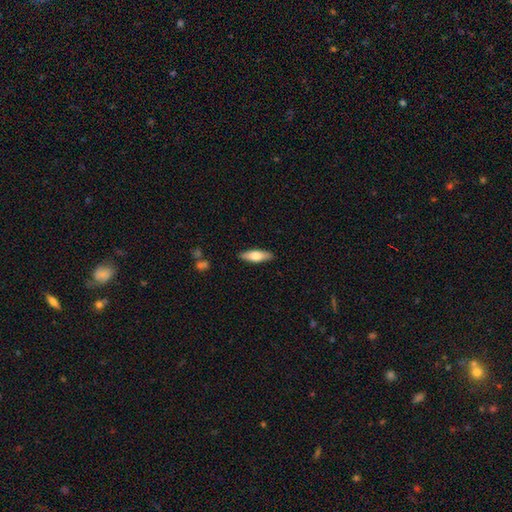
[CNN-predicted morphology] Q: Smooth or featured?
A: smooth (65%); runner-up: featured or disk (29%)
Q: How rounded?
A: in between (56%); runner-up: cigar-shaped (41%)
Q: Merging?
A: none (88%); runner-up: minor disturbance (9%)